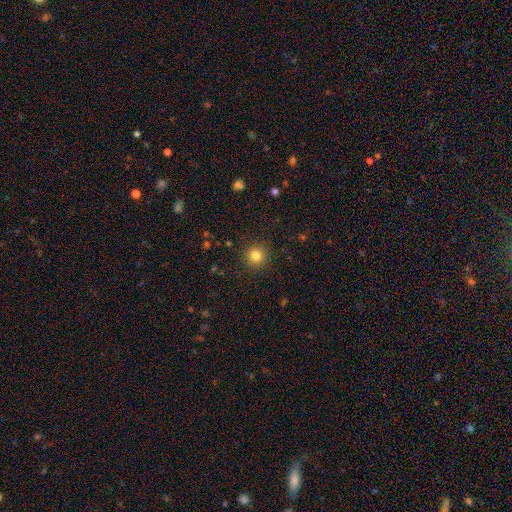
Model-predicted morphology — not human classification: smooth-or-featured: smooth: 82% | star or artifact: 13% | featured or disk: 5%
  how-rounded: round: 94% | in between: 5% | cigar-shaped: 1%
  merging: none: 91% | minor disturbance: 6% | major disturbance: 2% | merger: 1%